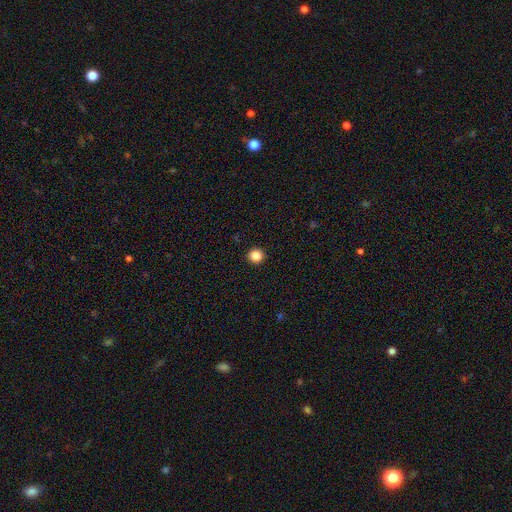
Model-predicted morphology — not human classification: Smooth or featured? smooth (86%)
How rounded? round (94%)
Merging? none (94%)